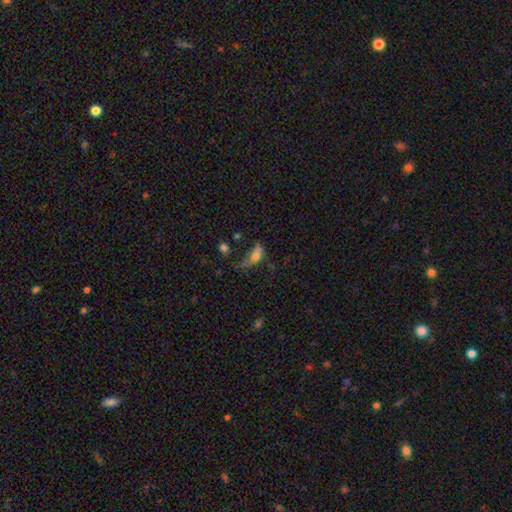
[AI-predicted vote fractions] A smooth galaxy with no disk features (58%) that is in between round and cigar-shaped (76%). Merging: major disturbance (45%).